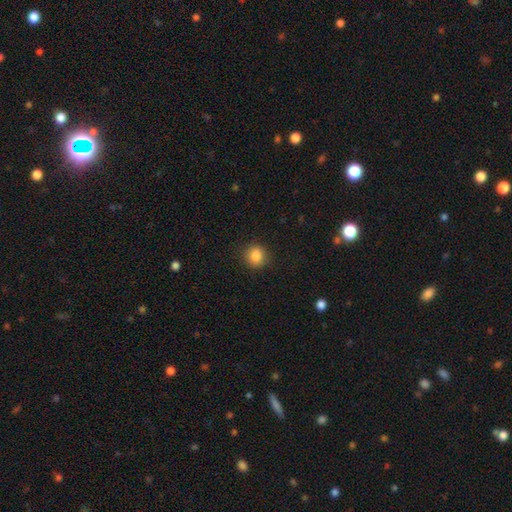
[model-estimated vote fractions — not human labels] This appears to be a smooth galaxy with no disk features (85%) that is round (84%). Merging: none (89%).